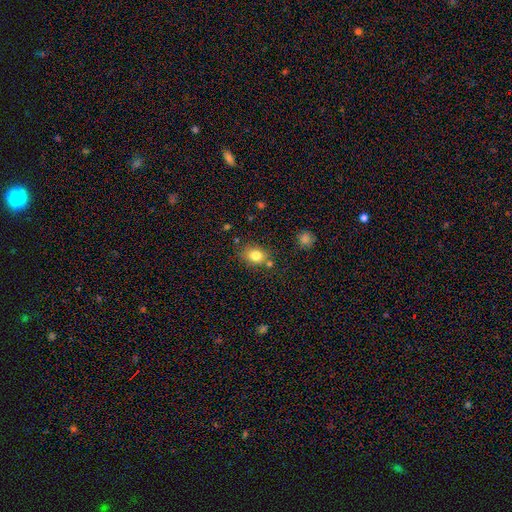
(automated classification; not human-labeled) This appears to be a smooth galaxy with no disk features (81%) that is in between round and cigar-shaped (52%). Merging: none (71%).